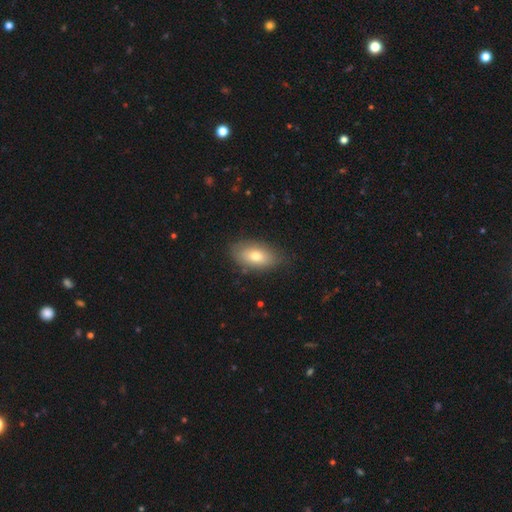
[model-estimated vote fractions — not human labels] Smooth or featured? smooth (72%)
How rounded? in between (90%)
Merging? none (80%)